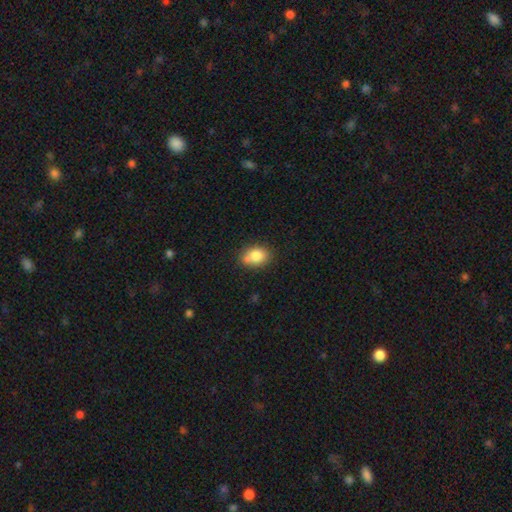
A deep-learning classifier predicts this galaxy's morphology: A smooth galaxy with no disk features (81%) that is in between round and cigar-shaped (59%). Merging: none (60%).